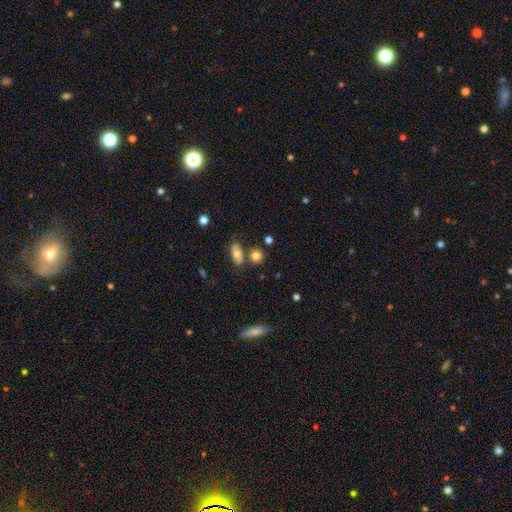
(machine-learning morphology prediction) smooth-or-featured: smooth: 78% | featured or disk: 11% | star or artifact: 11%
  how-rounded: round: 66% | in between: 31% | cigar-shaped: 4%
  merging: none: 66% | merger: 18% | minor disturbance: 12% | major disturbance: 4%